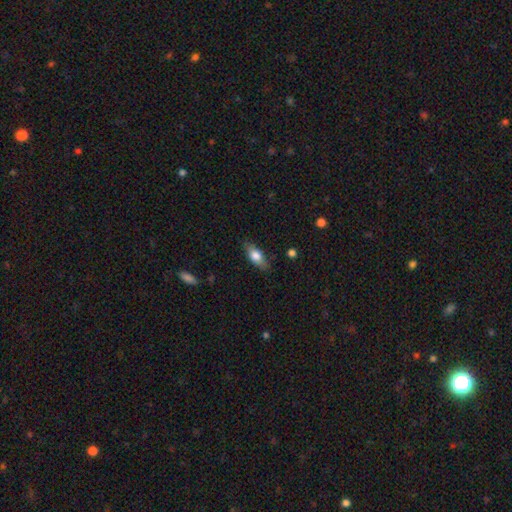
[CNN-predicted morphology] Smooth or featured: smooth — 70% (featured or disk — 23%)
How rounded: in between — 76% (cigar-shaped — 20%)
Merging: none — 83% (minor disturbance — 13%)